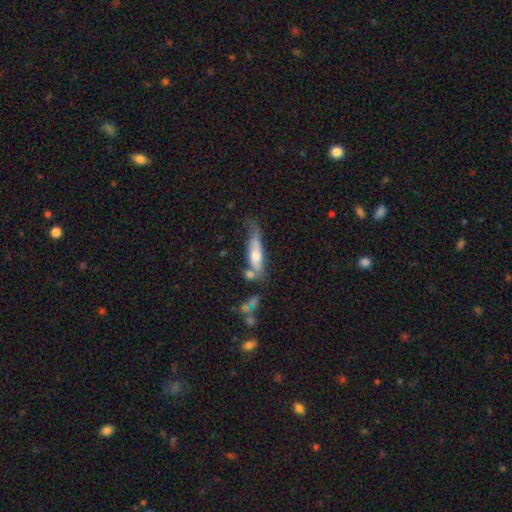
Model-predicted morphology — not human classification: This is possibly a smooth galaxy (55%). How rounded: possibly cigar-shaped (59%). Merging: marginally none (36%).